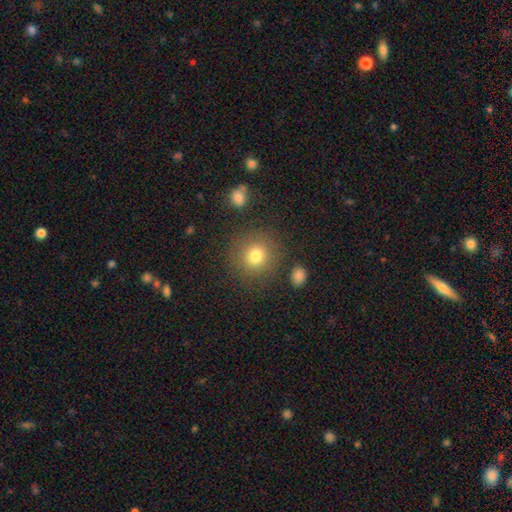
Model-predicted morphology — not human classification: smooth-or-featured: smooth: 79% | star or artifact: 12% | featured or disk: 9%
  how-rounded: round: 90% | in between: 10% | cigar-shaped: 1%
  merging: none: 84% | minor disturbance: 9% | major disturbance: 4% | merger: 3%